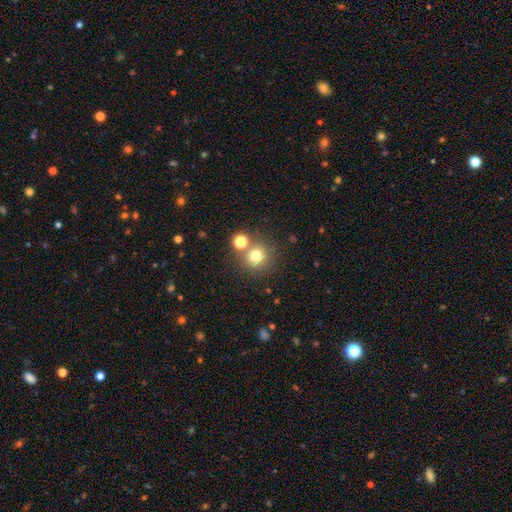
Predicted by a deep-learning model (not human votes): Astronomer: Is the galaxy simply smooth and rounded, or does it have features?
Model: smooth — 74%.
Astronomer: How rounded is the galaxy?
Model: round — 92%.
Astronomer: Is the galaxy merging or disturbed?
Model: none — 71%.